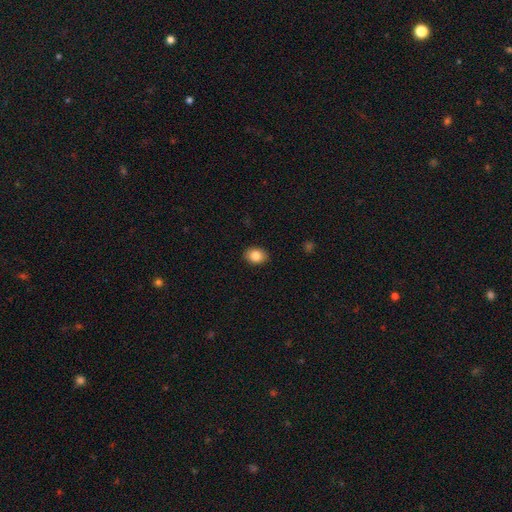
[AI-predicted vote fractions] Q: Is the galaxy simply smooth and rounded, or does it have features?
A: smooth — 84%.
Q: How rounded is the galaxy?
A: in between — 64%.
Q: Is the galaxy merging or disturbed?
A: none — 90%.